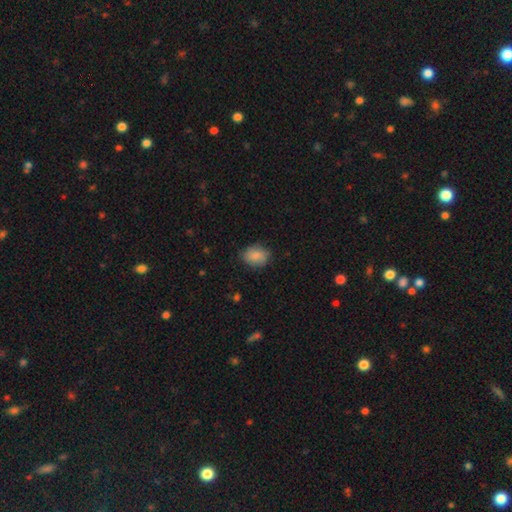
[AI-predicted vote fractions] This is clearly a smooth galaxy (83%). How rounded: possibly in between (59%). Merging: likely none (77%).